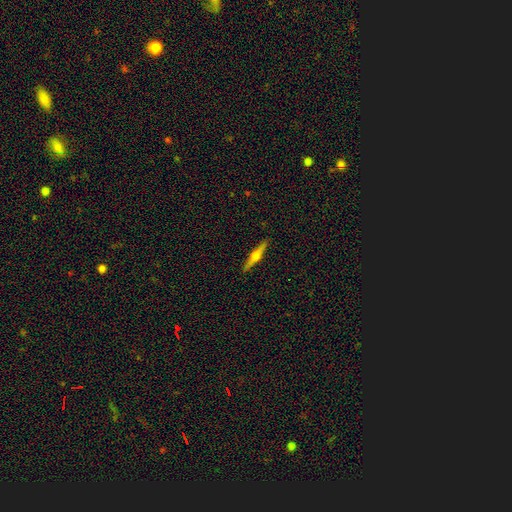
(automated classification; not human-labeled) featured or disk 71%, smooth 23%, star or artifact 6%. Down the decision tree: edge-on disk — yes (98%); edge-on bulge — rounded (94%); merging — none (91%).